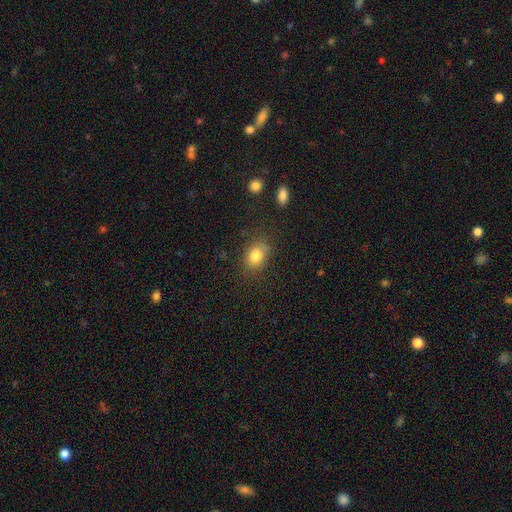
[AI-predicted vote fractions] Smooth or featured?
  - smooth: 81% *
  - star or artifact: 10%
  - featured or disk: 8%
How rounded?
  - in between: 65% *
  - round: 34%
  - cigar-shaped: 1%
Merging?
  - none: 78% *
  - minor disturbance: 15%
  - major disturbance: 5%
  - merger: 2%